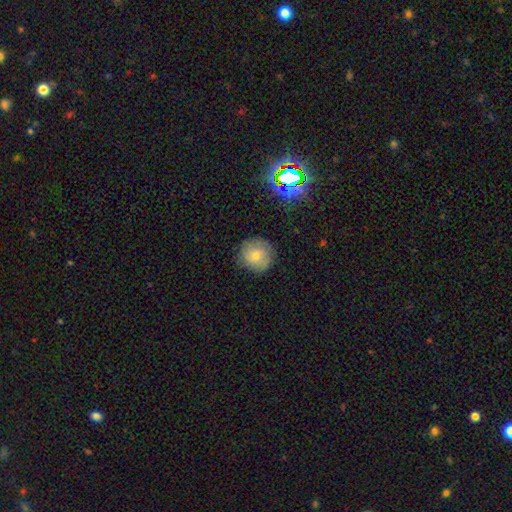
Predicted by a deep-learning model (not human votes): Smooth or featured? smooth (68%)
How rounded? round (92%)
Merging? none (82%)